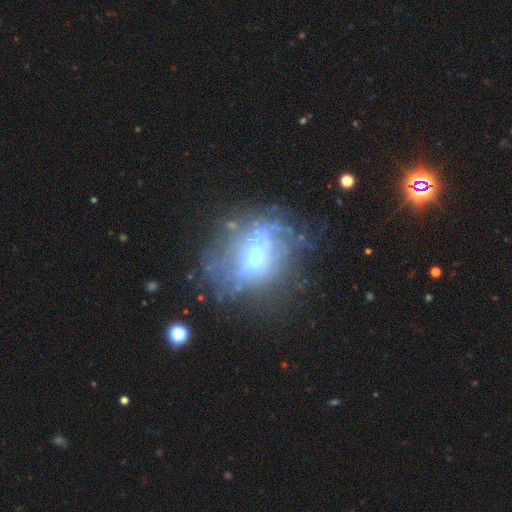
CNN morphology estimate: smooth_or_featured: featured or disk (p=0.57) [alt: smooth p=0.27]
disk_edge_on: no (p=0.93) [alt: yes p=0.07]
bar: no (p=0.79) [alt: weak p=0.15]
has_spiral_arms: no (p=0.75) [alt: yes p=0.25]
bulge_size: small (p=0.45) [alt: moderate p=0.29]
merging: none (p=0.50) [alt: major disturbance p=0.23]